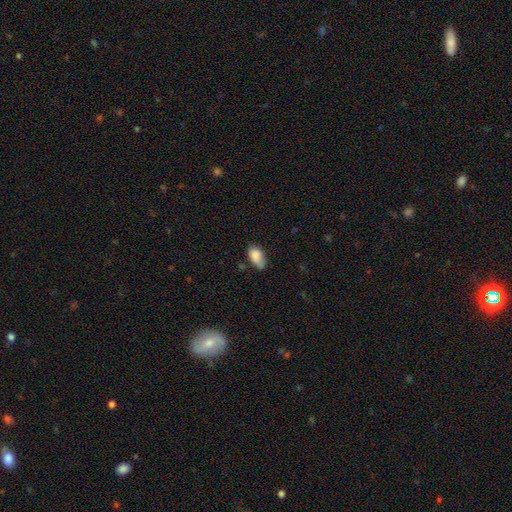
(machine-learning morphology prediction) Overall: smooth (84%). How rounded: in between (92%). Merging: none (53%; minor disturbance 35%).